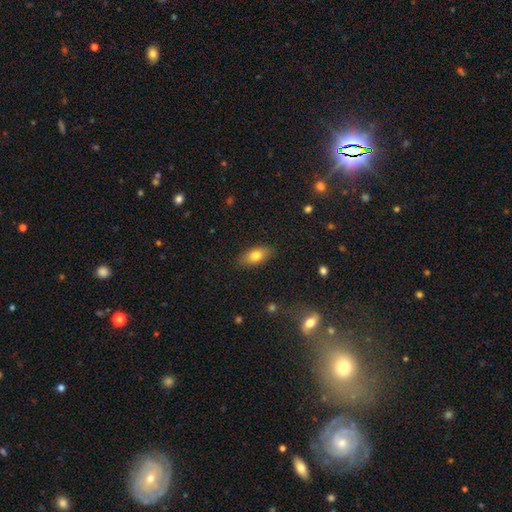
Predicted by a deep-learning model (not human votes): smooth 78%, featured or disk 14%, star or artifact 8%. Down the decision tree: how rounded — in between (86%); merging — none (86%).